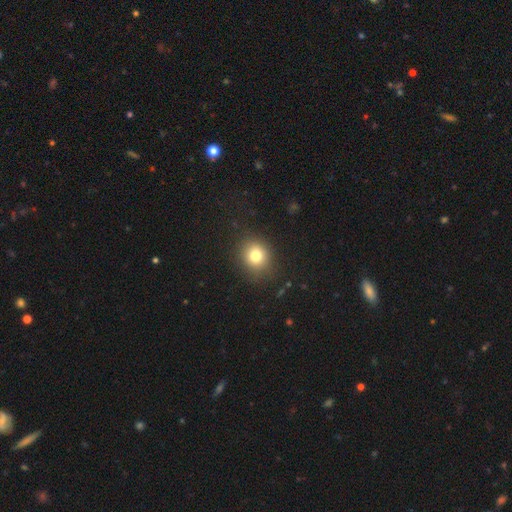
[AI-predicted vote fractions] The model was most divided on "how rounded": round: 77%, in between: 22%, cigar-shaped: 1%. More confident: merging — none (86%); smooth or featured — smooth (80%).